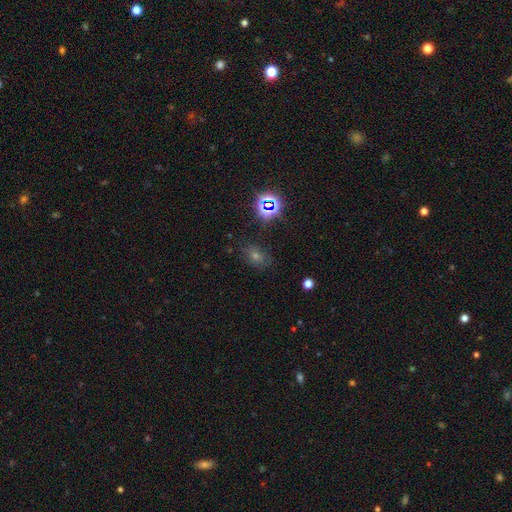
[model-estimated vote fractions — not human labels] star or artifact 42% (tied), smooth 42% (tied), featured or disk 16%.